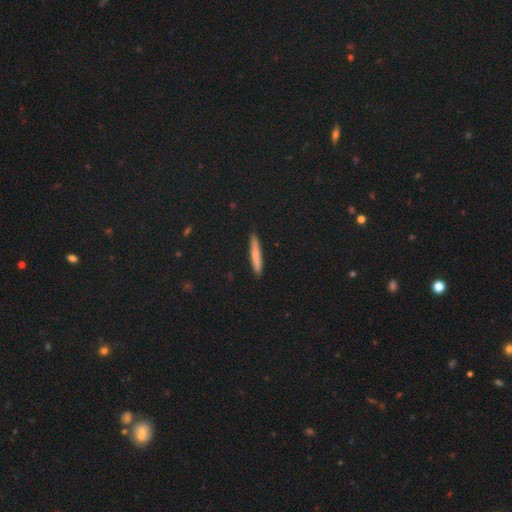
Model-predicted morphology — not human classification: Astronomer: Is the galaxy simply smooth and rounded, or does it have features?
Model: smooth — 73%.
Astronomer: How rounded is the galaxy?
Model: cigar-shaped — 94%.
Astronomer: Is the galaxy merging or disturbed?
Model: none — 90%.